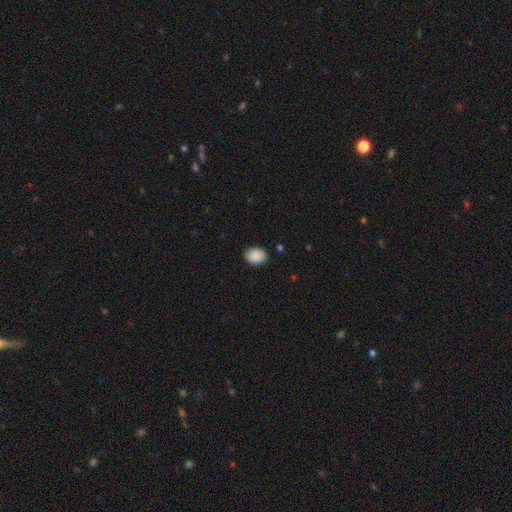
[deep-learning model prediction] Smooth or featured?
  - smooth: 89% *
  - star or artifact: 7%
  - featured or disk: 4%
How rounded?
  - in between: 56% *
  - round: 43%
  - cigar-shaped: 1%
Merging?
  - none: 86% *
  - minor disturbance: 11%
  - major disturbance: 2%
  - merger: 1%